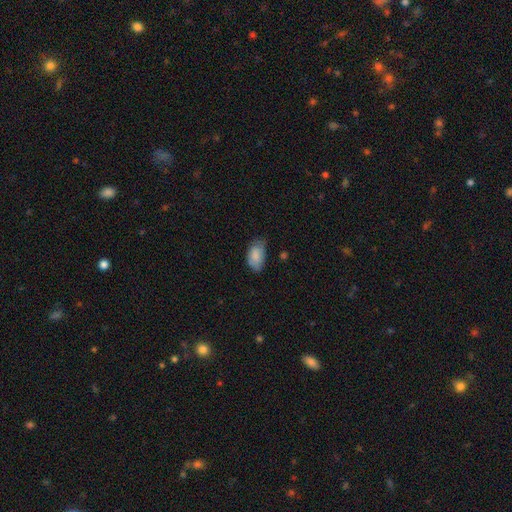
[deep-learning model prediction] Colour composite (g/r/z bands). It shows a smooth galaxy with no disk features (82%) that is in between round and cigar-shaped (93%). Merging: none (58%).